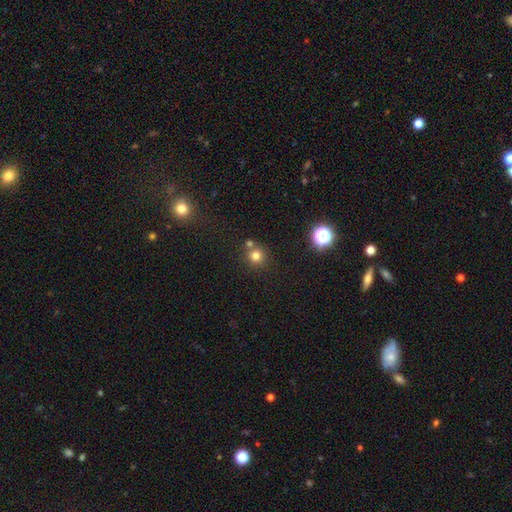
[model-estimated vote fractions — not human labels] This is likely a smooth galaxy (75%). How rounded: clearly round (93%). Merging: likely none (72%).